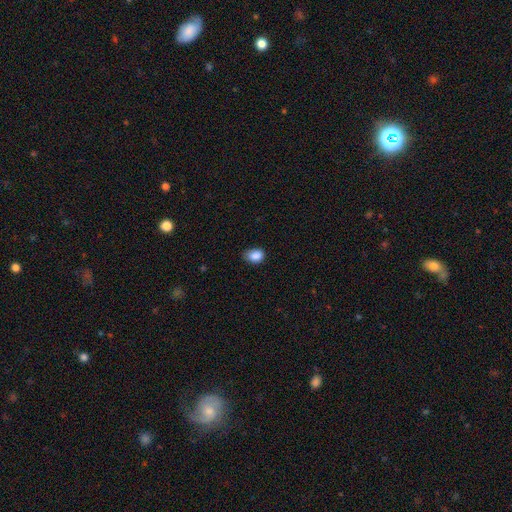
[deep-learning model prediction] Smooth or featured? smooth (88%)
How rounded? in between (73%)
Merging? none (66%)